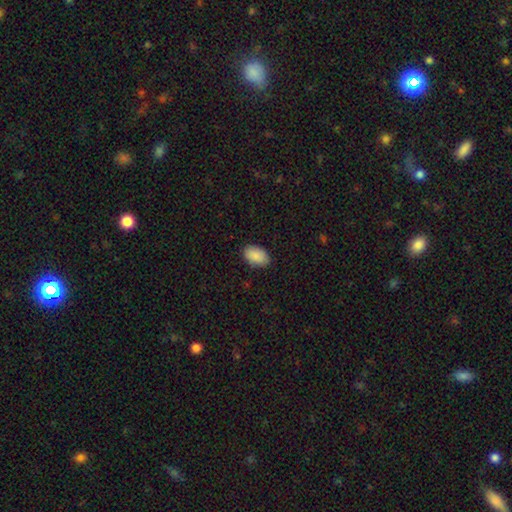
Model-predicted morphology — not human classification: Overall: smooth (90%). How rounded: in between (92%). Merging: none (86%).